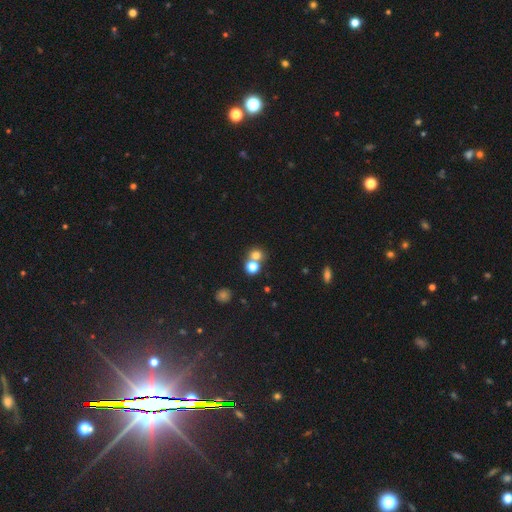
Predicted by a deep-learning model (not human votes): This is likely a smooth galaxy (74%). How rounded: clearly round (81%). Merging: possibly none (49%).